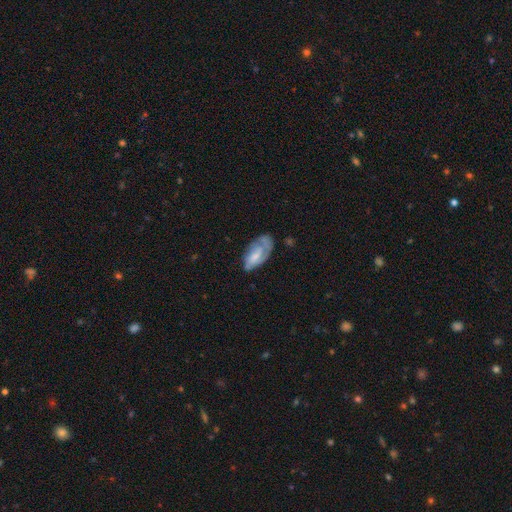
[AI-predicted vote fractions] This appears to be a featured or disk galaxy (50%). Merging: none (46%).